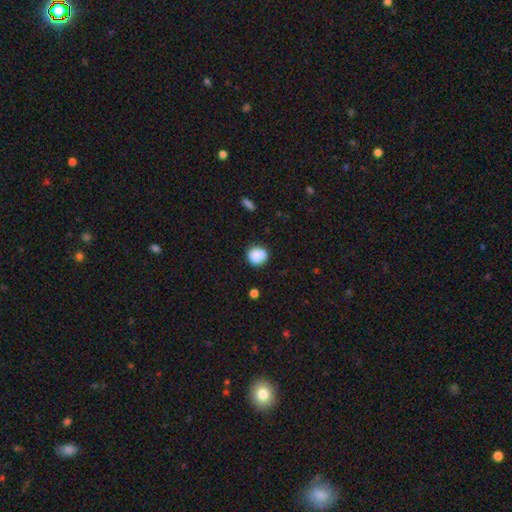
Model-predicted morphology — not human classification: This appears to be a smooth galaxy with no disk features (82%) that is round (83%). Merging: none (67%).